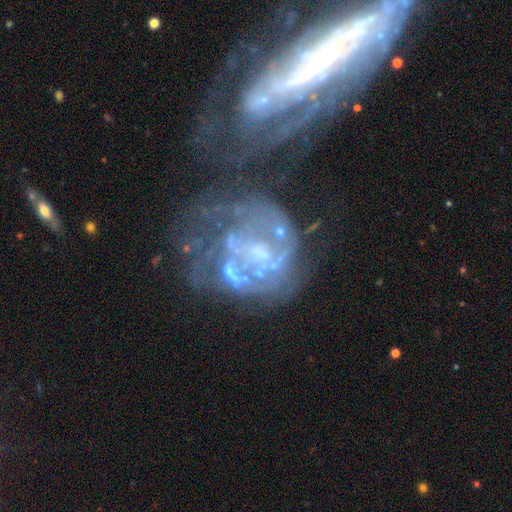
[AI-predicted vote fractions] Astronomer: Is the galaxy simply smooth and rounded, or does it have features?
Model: featured or disk — 77%.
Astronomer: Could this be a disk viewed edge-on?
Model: no — 98%.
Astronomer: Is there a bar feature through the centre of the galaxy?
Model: no — 73%.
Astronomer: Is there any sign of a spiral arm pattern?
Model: yes — 61% (runner-up: no, 39%).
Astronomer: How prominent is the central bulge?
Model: small — 35% (runner-up: none, 30%).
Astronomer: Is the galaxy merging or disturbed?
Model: merger — 43% (runner-up: major disturbance, 24%).